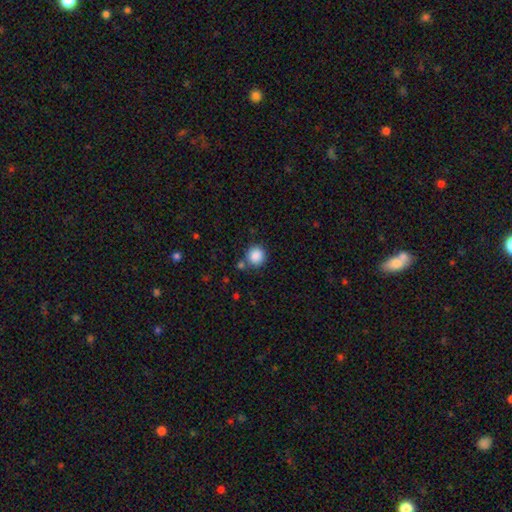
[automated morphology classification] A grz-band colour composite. It shows a smooth galaxy with no disk features (88%) that is round (91%). Merging: none (78%).